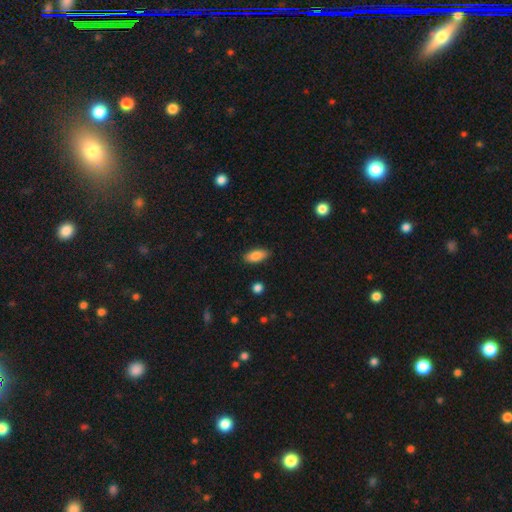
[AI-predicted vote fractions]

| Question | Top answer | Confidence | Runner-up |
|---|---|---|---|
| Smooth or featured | smooth | 85% | featured or disk (8%) |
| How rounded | in between | 85% | cigar-shaped (13%) |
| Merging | none | 87% | minor disturbance (9%) |